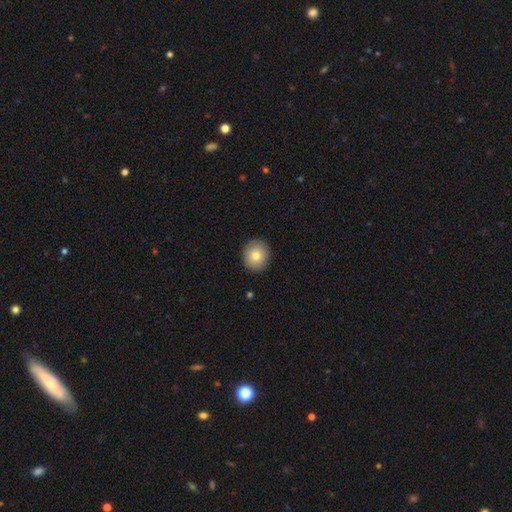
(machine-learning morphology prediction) smooth_or_featured: smooth (p=0.79) [alt: featured or disk p=0.13]
how_rounded: round (p=0.83) [alt: in between p=0.16]
merging: none (p=0.90) [alt: minor disturbance p=0.07]